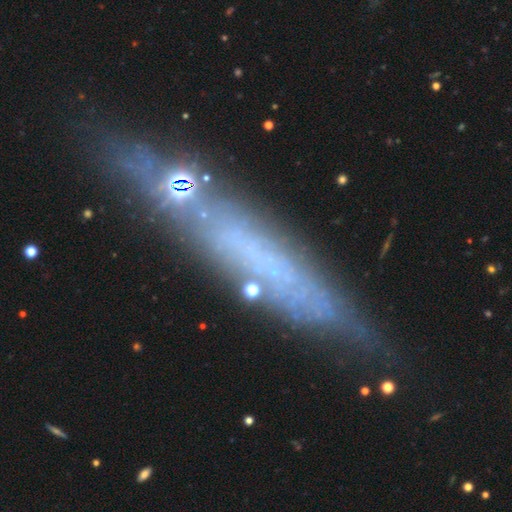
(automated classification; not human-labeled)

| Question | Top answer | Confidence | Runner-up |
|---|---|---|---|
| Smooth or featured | featured or disk | 55% | smooth (28%) |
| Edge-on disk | yes | 75% | no (25%) |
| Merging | none | 76% | minor disturbance (15%) |